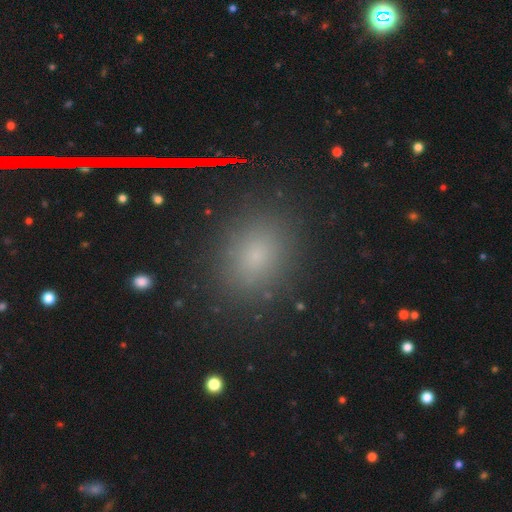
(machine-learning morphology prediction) smooth_or_featured: smooth (p=0.70) [alt: star or artifact p=0.22]
how_rounded: in between (p=0.56) [alt: round p=0.41]
merging: none (p=0.87) [alt: minor disturbance p=0.08]